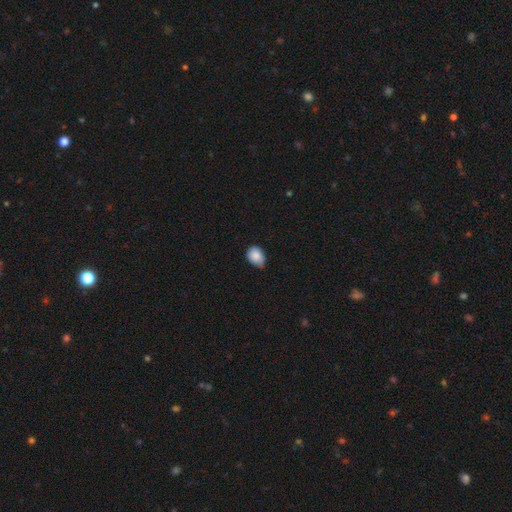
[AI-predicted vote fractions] A smooth galaxy with no disk features (85%) that is in between round and cigar-shaped (62%). Merging: none (47%).